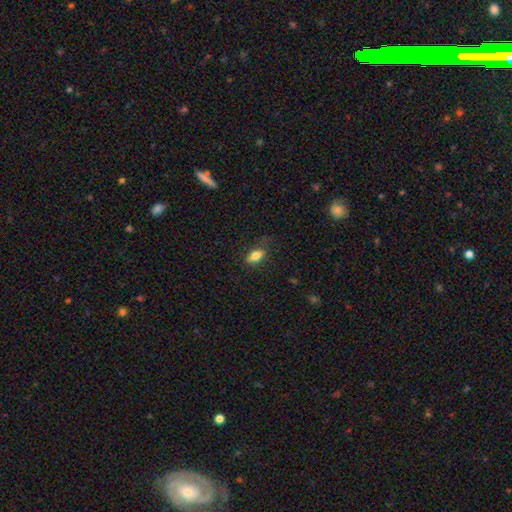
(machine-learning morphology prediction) The model was most divided on "merging": none: 77%, minor disturbance: 17%, major disturbance: 5%, merger: 1%. More confident: how rounded — in between (84%); smooth or featured — smooth (81%).